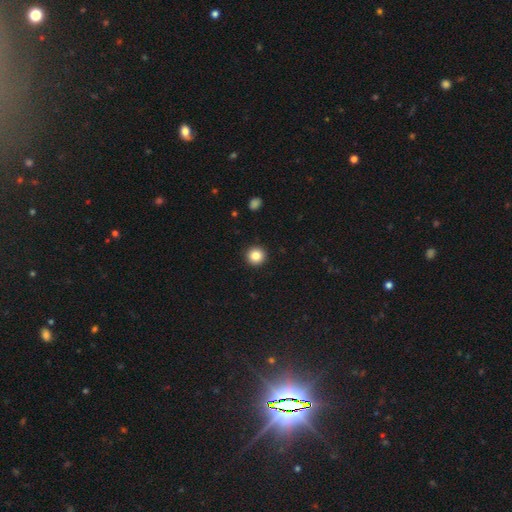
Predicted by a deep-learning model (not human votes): Smooth or featured? Predicted: smooth (p=0.85). How rounded? Predicted: round (p=0.95). Merging? Predicted: none (p=0.93).